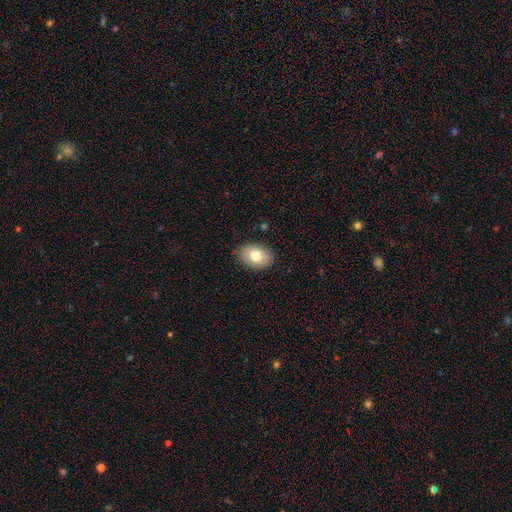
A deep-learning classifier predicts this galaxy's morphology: A smooth galaxy with no disk features (79%) that is in between round and cigar-shaped (79%). Merging: none (87%).